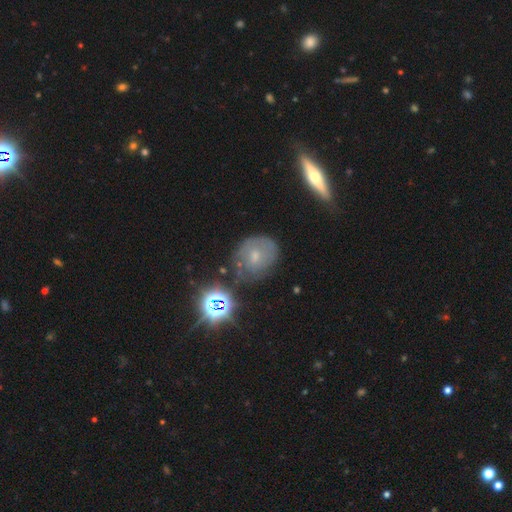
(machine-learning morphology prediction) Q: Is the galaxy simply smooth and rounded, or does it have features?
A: featured or disk — 42%.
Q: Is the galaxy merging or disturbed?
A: none — 61%.